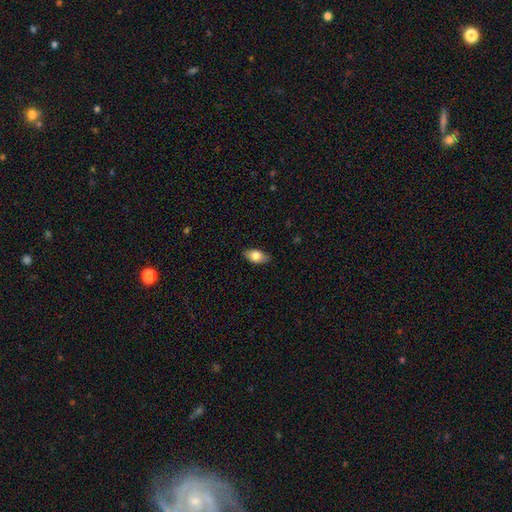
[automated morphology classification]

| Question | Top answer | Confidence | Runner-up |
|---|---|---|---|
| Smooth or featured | smooth | 75% | featured or disk (18%) |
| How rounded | in between | 89% | cigar-shaped (6%) |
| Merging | none | 86% | minor disturbance (11%) |